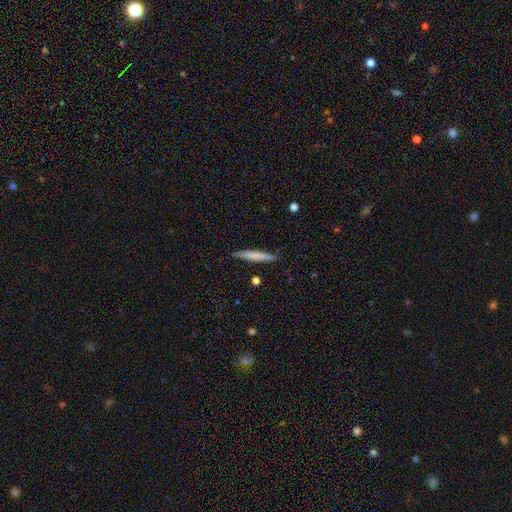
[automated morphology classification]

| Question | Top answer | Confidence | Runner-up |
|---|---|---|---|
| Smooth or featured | smooth | 69% | featured or disk (26%) |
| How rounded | cigar-shaped | 95% | in between (4%) |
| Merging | none | 86% | minor disturbance (11%) |